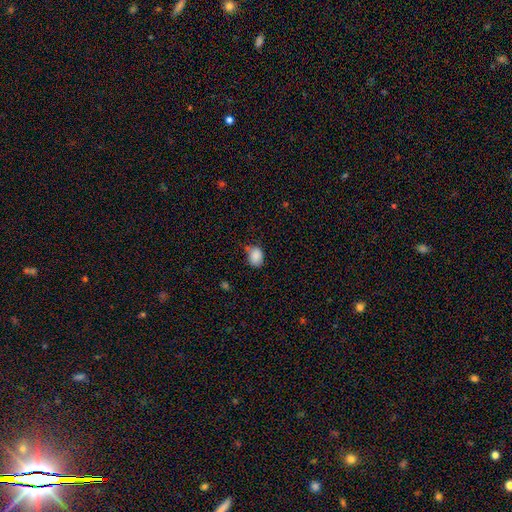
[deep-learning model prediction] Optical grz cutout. It shows a smooth galaxy with no disk features (87%) that is in between round and cigar-shaped (64%). Merging: none (62%).